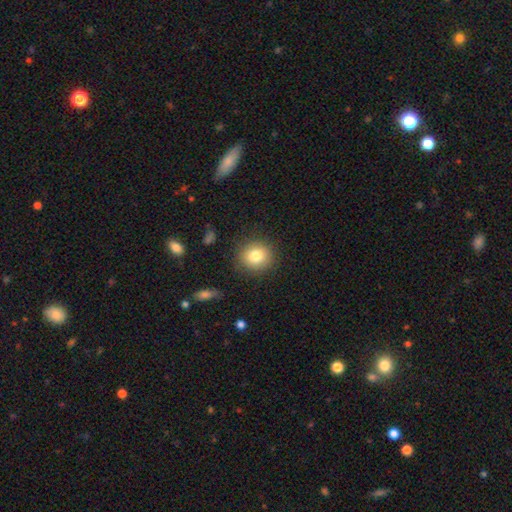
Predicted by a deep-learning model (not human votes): Smooth or featured: smooth — 82% (star or artifact — 10%)
How rounded: round — 84% (in between — 15%)
Merging: none — 87% (minor disturbance — 9%)